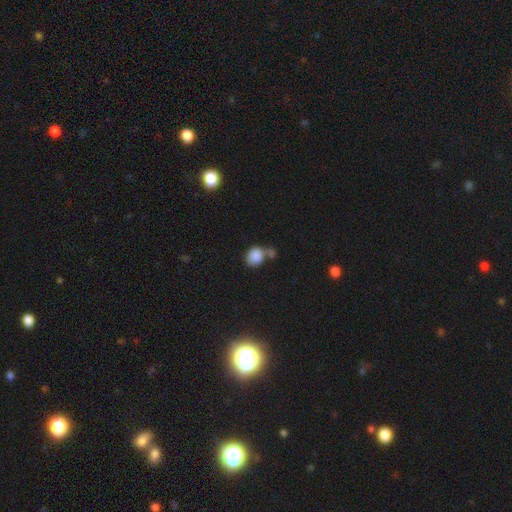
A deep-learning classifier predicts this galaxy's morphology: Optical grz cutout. It shows a smooth galaxy with no disk features (86%) that is round (62%). Merging: none (39%).